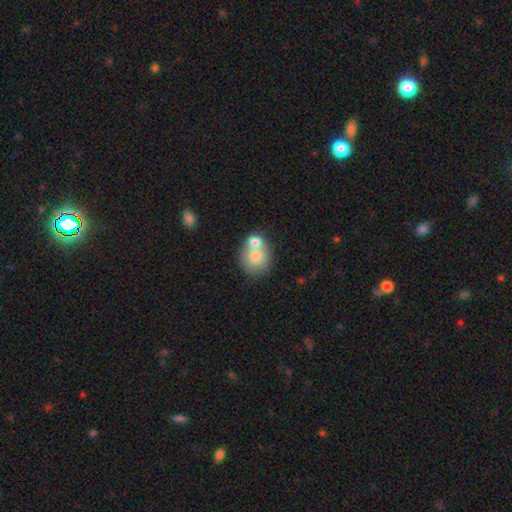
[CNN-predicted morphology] smooth_or_featured: smooth (p=0.73) [alt: featured or disk p=0.19]
how_rounded: round (p=0.71) [alt: in between p=0.28]
merging: merger (p=0.50) [alt: none p=0.37]